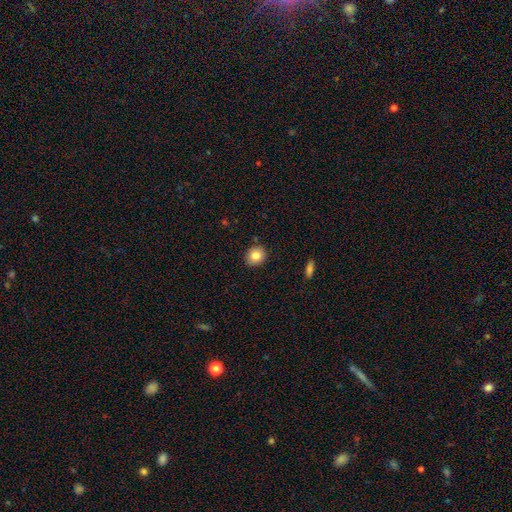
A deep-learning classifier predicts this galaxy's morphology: type=smooth (82%); roundness=round (79%); merging=none (89%).